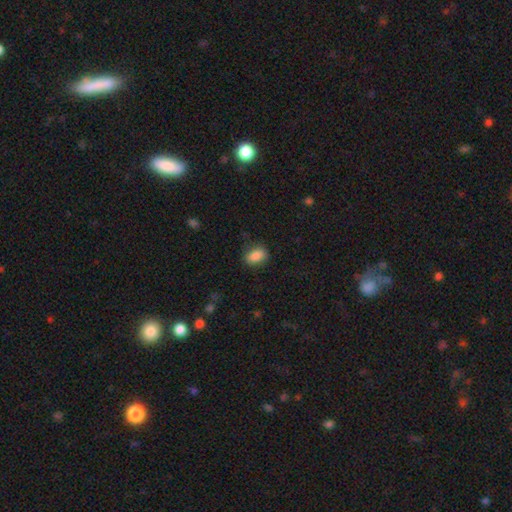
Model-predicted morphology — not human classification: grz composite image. It shows a smooth galaxy with no disk features (85%) that is in between round and cigar-shaped (84%). Merging: none (81%).